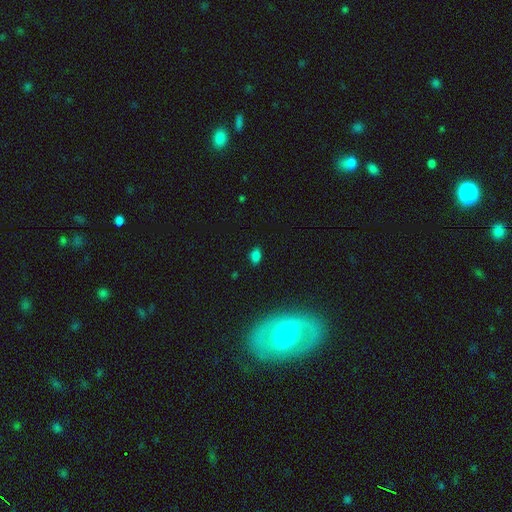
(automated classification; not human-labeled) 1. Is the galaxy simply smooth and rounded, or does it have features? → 77% smooth, 17% star or artifact, 6% featured or disk.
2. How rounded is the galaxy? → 86% in between, 11% round, 3% cigar-shaped.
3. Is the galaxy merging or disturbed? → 83% none, 12% minor disturbance, 3% major disturbance, 2% merger.